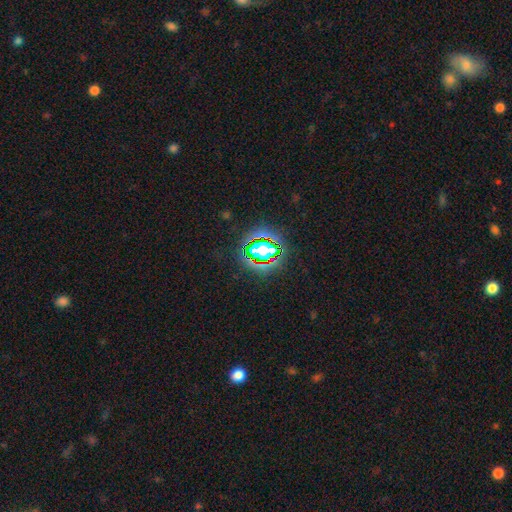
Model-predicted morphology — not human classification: smooth-or-featured: star or artifact: 78% | smooth: 14% | featured or disk: 8%